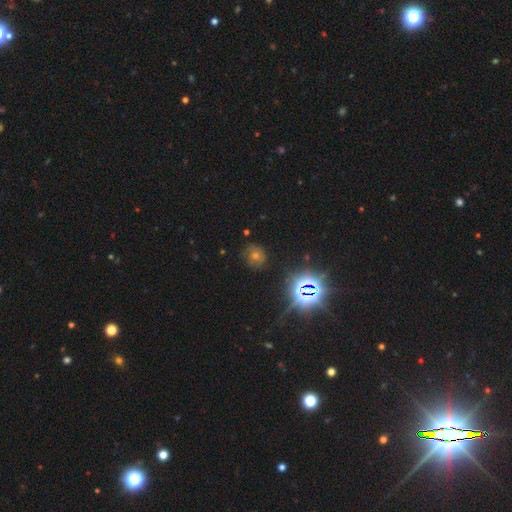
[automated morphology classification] smooth_or_featured: star or artifact (p=0.50) [alt: smooth p=0.32]